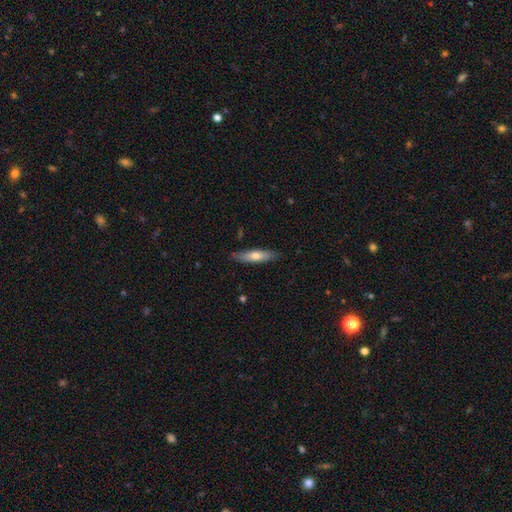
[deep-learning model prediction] This is likely a smooth galaxy (61%). How rounded: likely cigar-shaped (75%). Merging: clearly none (85%).